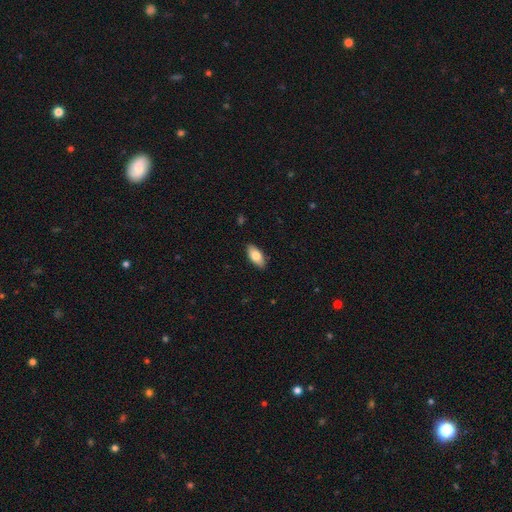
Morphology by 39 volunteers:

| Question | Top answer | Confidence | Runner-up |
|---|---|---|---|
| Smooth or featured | smooth | 77% | featured or disk (23%) |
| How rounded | in between | 73% | cigar-shaped (17%) |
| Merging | none | 90% | merger (8%) |